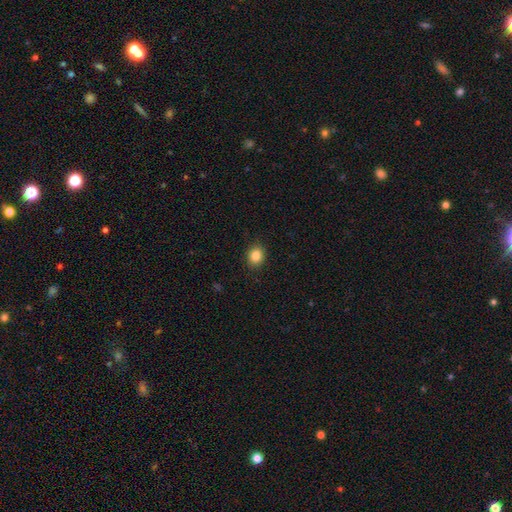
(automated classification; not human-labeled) smooth 85%, star or artifact 10%, featured or disk 5%. Down the decision tree: how rounded — round (67%); merging — none (90%).